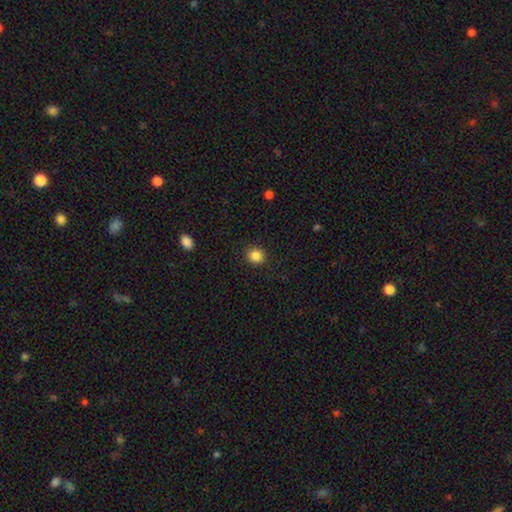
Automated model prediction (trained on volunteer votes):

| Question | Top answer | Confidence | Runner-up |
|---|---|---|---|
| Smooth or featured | smooth | 85% | star or artifact (10%) |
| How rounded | round | 85% | in between (14%) |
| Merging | none | 91% | minor disturbance (6%) |